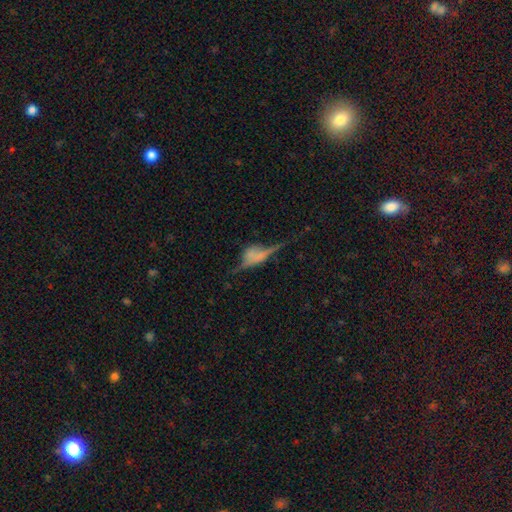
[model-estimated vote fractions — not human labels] Overall: featured or disk (60%; smooth 28%). Edge-on disk: yes (85%). Edge-on bulge: rounded (56%; boxy 26%). Merging: none (50%; minor disturbance 21%).